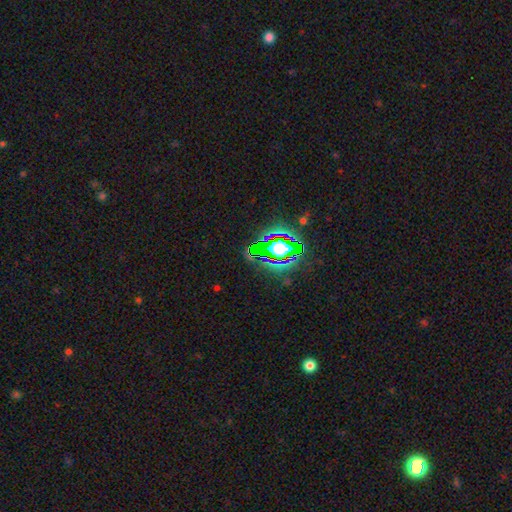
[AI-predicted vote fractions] smooth_or_featured: star or artifact (p=0.78) [alt: smooth p=0.12]